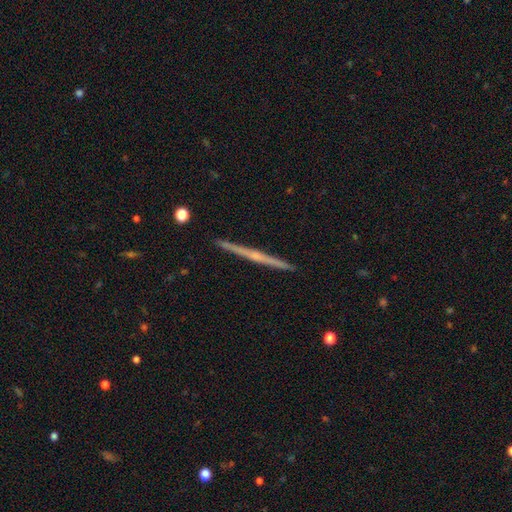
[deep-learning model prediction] This appears to be a featured or disk galaxy (74%) viewed edge-on (99%) with no central bulge (47%). Merging: none (93%).